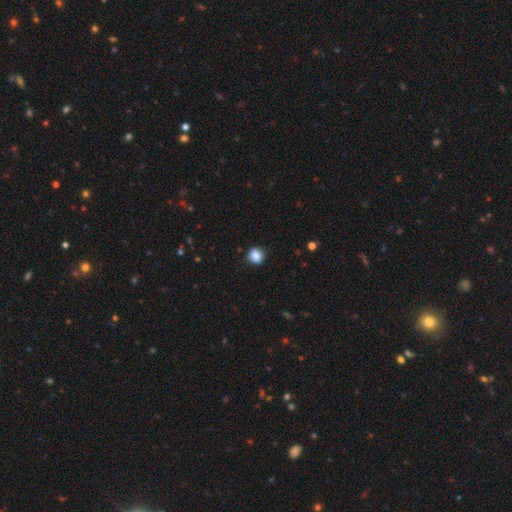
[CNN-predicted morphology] This appears to be a smooth galaxy with no disk features (85%) that is round (69%). Merging: none (86%).